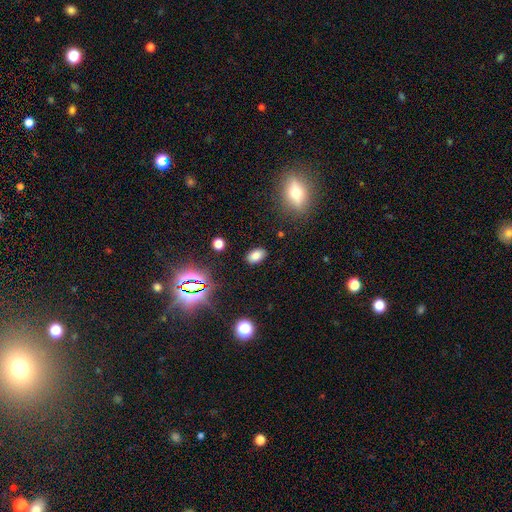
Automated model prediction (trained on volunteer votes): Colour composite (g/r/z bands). It shows a smooth galaxy with no disk features (77%) that is in between round and cigar-shaped (90%). Merging: none (86%).